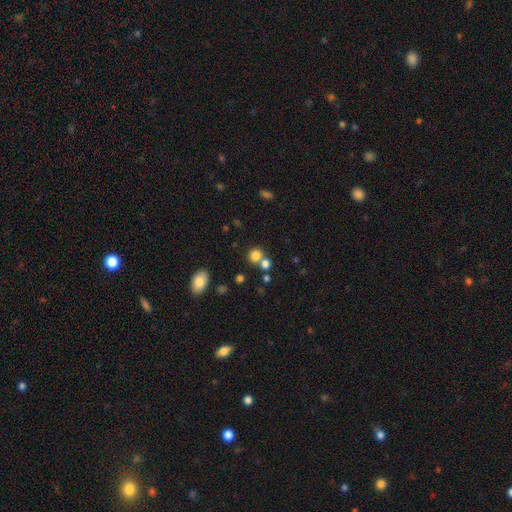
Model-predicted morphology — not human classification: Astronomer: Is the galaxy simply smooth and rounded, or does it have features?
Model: smooth — 80%.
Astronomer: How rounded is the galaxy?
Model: round — 80%.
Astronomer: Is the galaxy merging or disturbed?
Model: none — 58%.